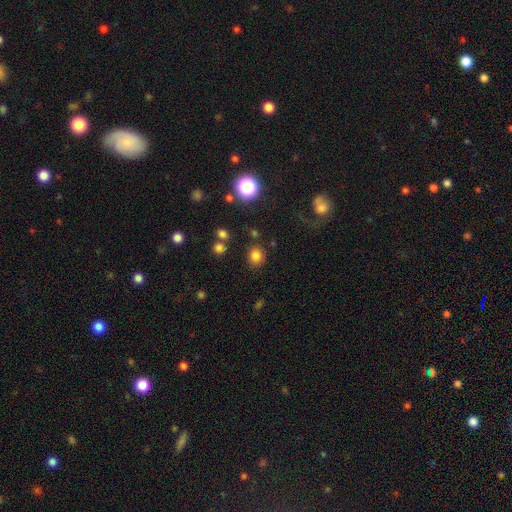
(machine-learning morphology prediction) Smooth or featured?
  - smooth: 80% *
  - star or artifact: 15%
  - featured or disk: 6%
How rounded?
  - round: 70% *
  - in between: 29%
  - cigar-shaped: 1%
Merging?
  - none: 82% *
  - minor disturbance: 10%
  - merger: 5%
  - major disturbance: 4%